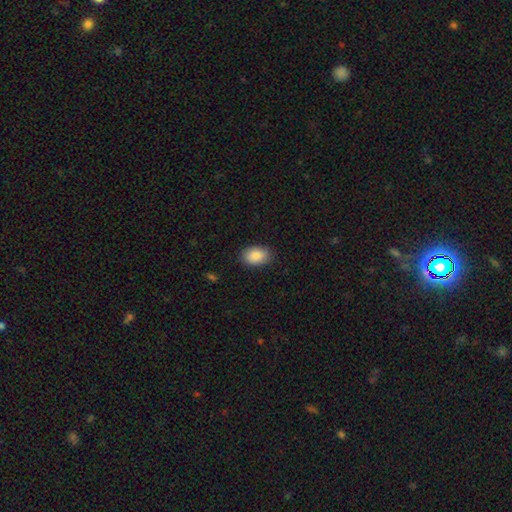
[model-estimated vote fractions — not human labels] A smooth galaxy with no disk features (89%) that is in between round and cigar-shaped (86%).

Vote fractions:
- Smooth or featured? smooth: 89% / star or artifact: 7% / featured or disk: 5%
- How rounded? in between: 86% / round: 13% / cigar-shaped: 1%
- Merging? none: 86% / minor disturbance: 11% / major disturbance: 2% / merger: 1%